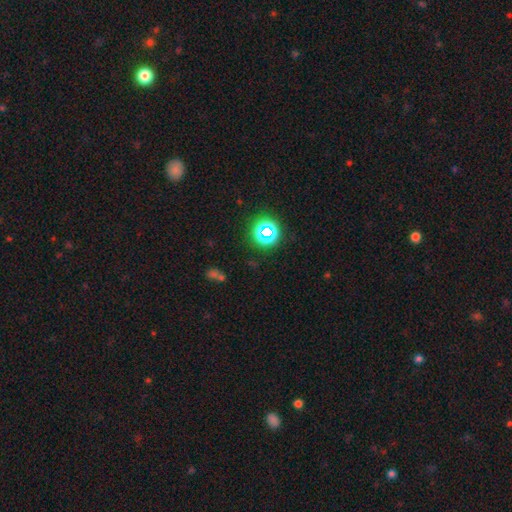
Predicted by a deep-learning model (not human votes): Q: Smooth or featured?
A: smooth (48%); runner-up: star or artifact (45%)
Q: Merging?
A: none (88%); runner-up: minor disturbance (6%)